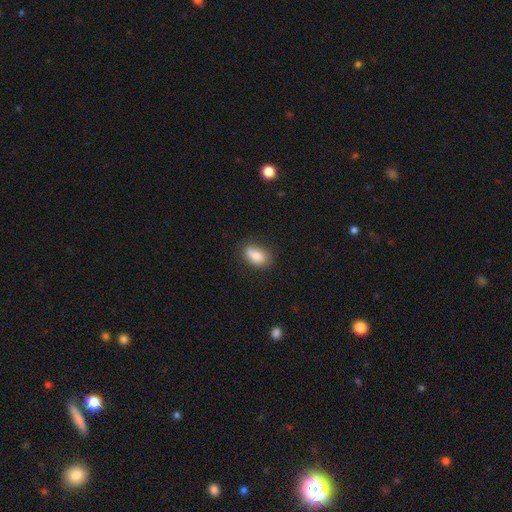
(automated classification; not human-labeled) smooth-or-featured: smooth: 84% | featured or disk: 8% | star or artifact: 8%
  how-rounded: in between: 89% | round: 8% | cigar-shaped: 3%
  merging: none: 73% | minor disturbance: 20% | major disturbance: 4% | merger: 2%